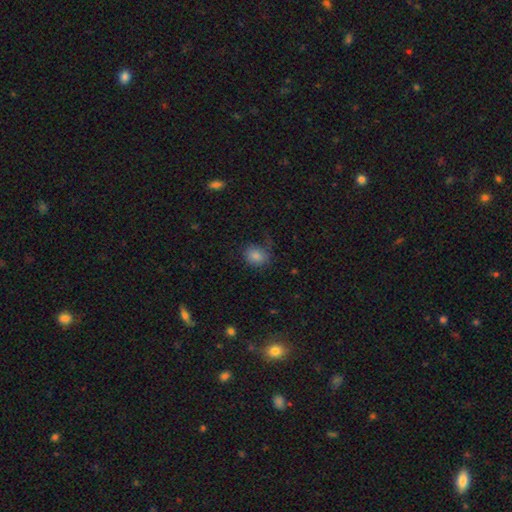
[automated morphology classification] Smooth or featured?
  - smooth: 81% *
  - star or artifact: 12%
  - featured or disk: 7%
How rounded?
  - round: 58% *
  - in between: 41%
  - cigar-shaped: 1%
Merging?
  - none: 70% *
  - minor disturbance: 20%
  - major disturbance: 8%
  - merger: 2%